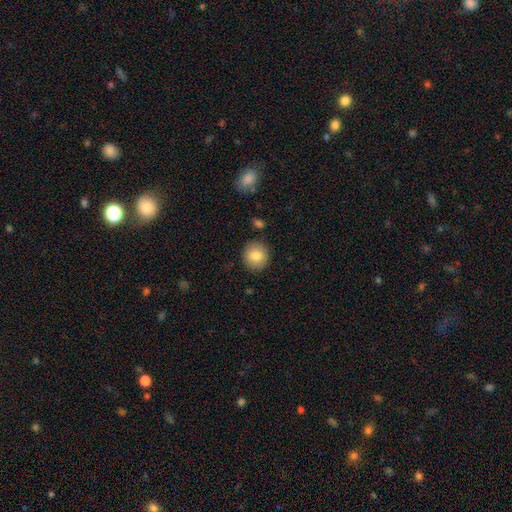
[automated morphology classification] Overall: smooth (83%). How rounded: round (90%). Merging: none (88%).